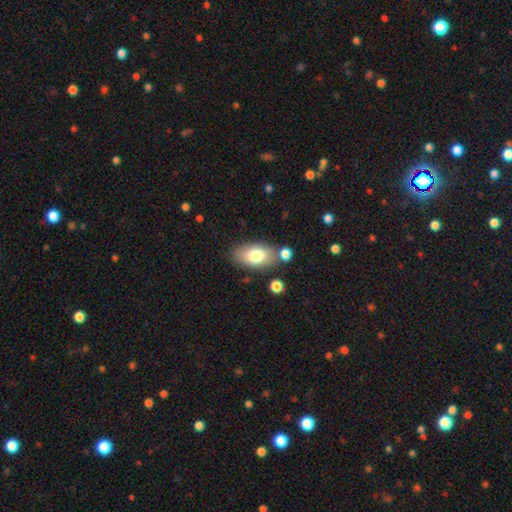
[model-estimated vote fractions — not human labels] Smooth or featured? smooth (77%)
How rounded? in between (91%)
Merging? none (75%)